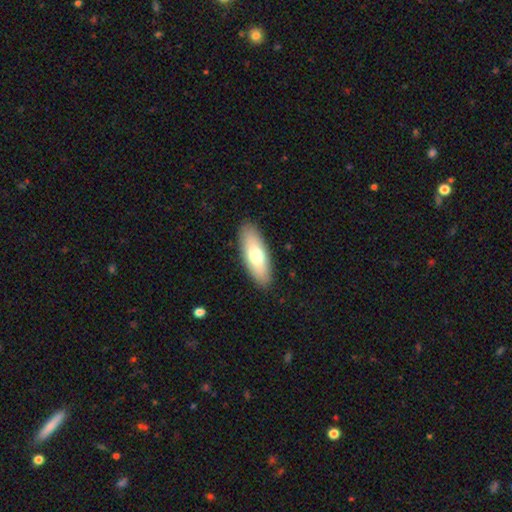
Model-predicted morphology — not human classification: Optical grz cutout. It shows a smooth galaxy with no disk features (69%) that is in between round and cigar-shaped (72%). Merging: none (89%).